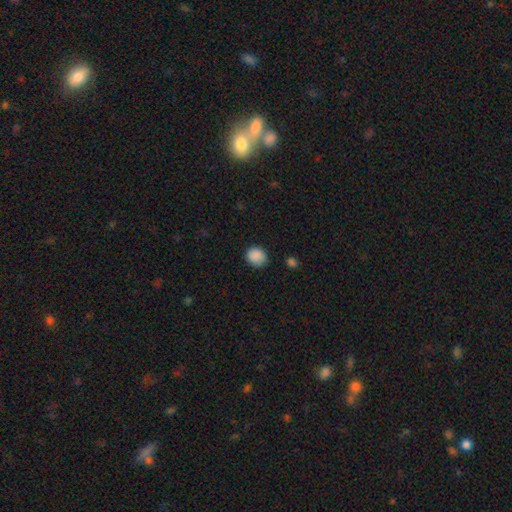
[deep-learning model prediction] A smooth galaxy with no disk features (88%) that is round (73%). Merging: none (79%).